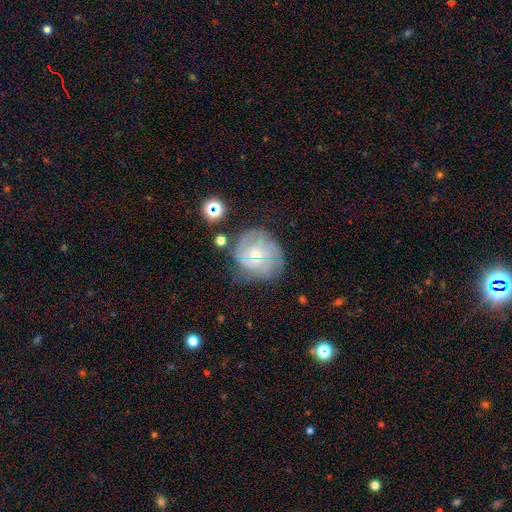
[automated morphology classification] A featured or disk galaxy (70%) with no bar (71%), tight (57%) spiral arms (86%) and a small central bulge (71%). Merging: none (60%).